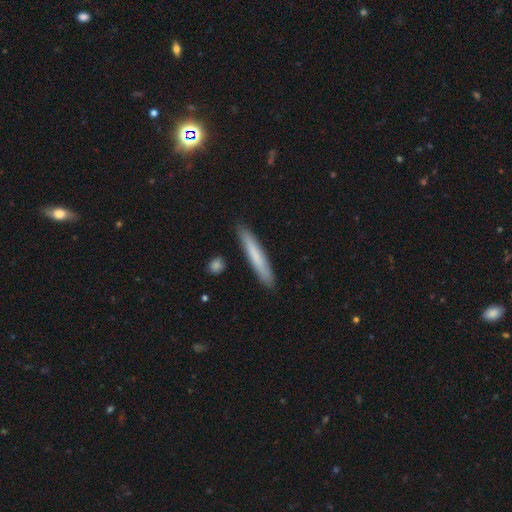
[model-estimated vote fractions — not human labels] smooth-or-featured: smooth: 71% | featured or disk: 23% | star or artifact: 6%
  how-rounded: cigar-shaped: 95% | in between: 4% | round: 1%
  merging: none: 89% | minor disturbance: 8% | merger: 2% | major disturbance: 1%